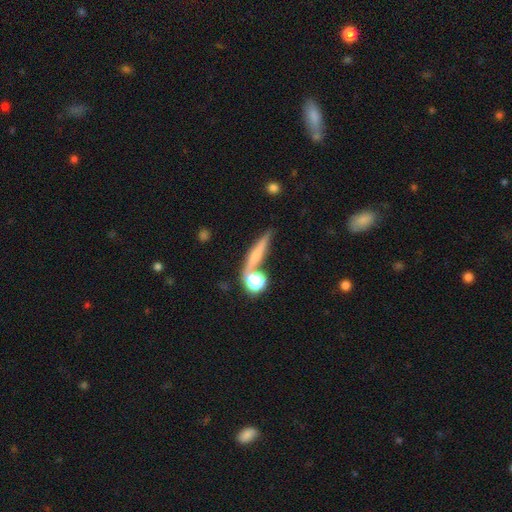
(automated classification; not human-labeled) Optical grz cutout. It shows a smooth galaxy with no disk features (54%) that is cigar-shaped (74%). Merging: none (64%).